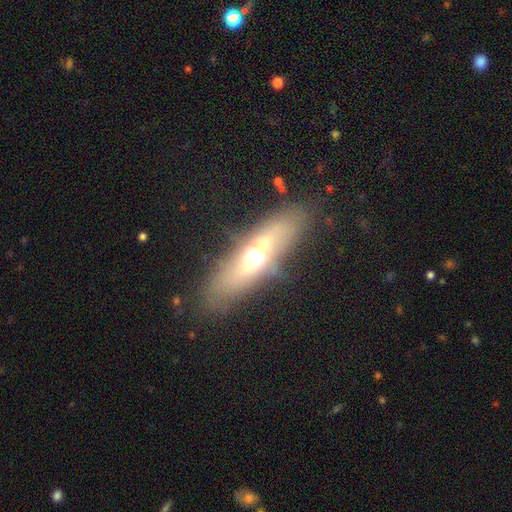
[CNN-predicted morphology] smooth-or-featured: featured or disk: 48% | smooth: 43% | star or artifact: 10%
  merging: none: 74% | minor disturbance: 15% | major disturbance: 8% | merger: 3%